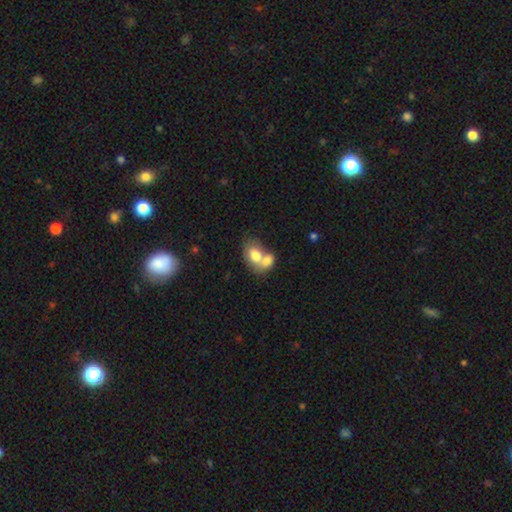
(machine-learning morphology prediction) A smooth galaxy with no disk features (73%) that is in between round and cigar-shaped (74%). Merging: merger (70%).